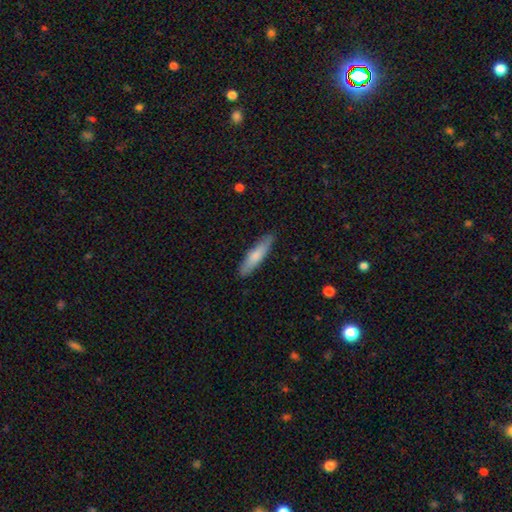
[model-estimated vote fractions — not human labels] Smooth or featured? Predicted: smooth (p=0.74). How rounded? Predicted: cigar-shaped (p=0.81). Merging? Predicted: none (p=0.88).